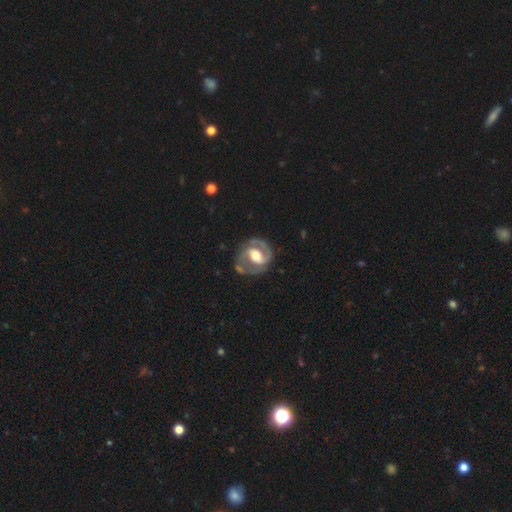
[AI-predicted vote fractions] A featured or disk galaxy (86%) with a weak bar (42%), 2 (88%) medium (48%) spiral arms (92%) and a moderate central bulge (62%). Merging: none (73%).